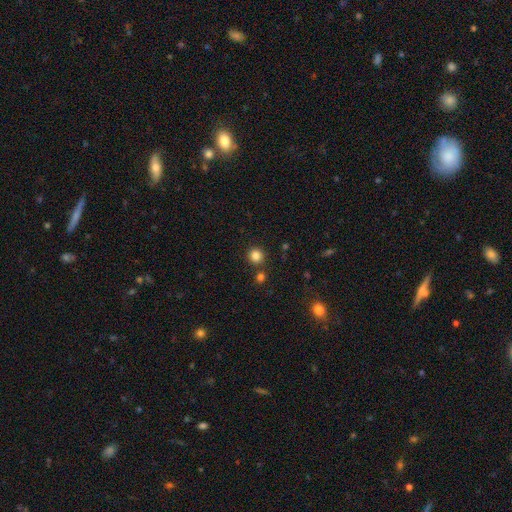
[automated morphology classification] Smooth or featured? smooth (83%)
How rounded? round (94%)
Merging? none (85%)